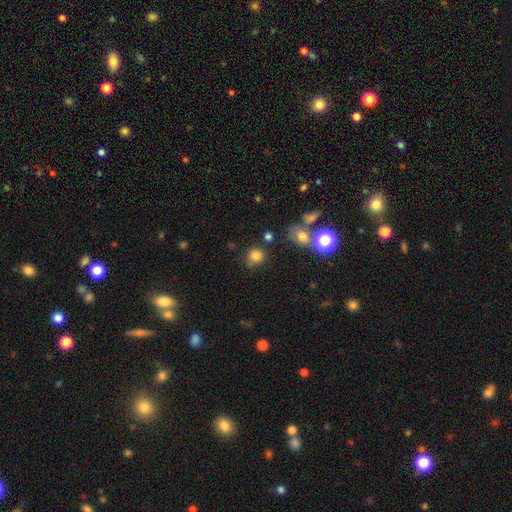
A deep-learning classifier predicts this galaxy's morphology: smooth 80%, star or artifact 14%, featured or disk 6%. Down the decision tree: how rounded — round (86%); merging — none (74%).